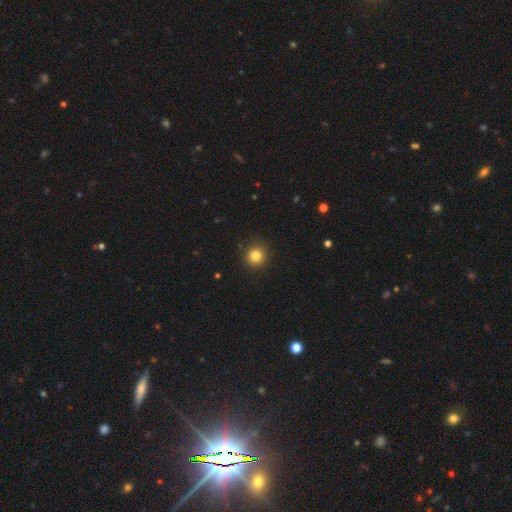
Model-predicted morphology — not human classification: A smooth galaxy with no disk features (82%) that is round (94%). Merging: none (90%).